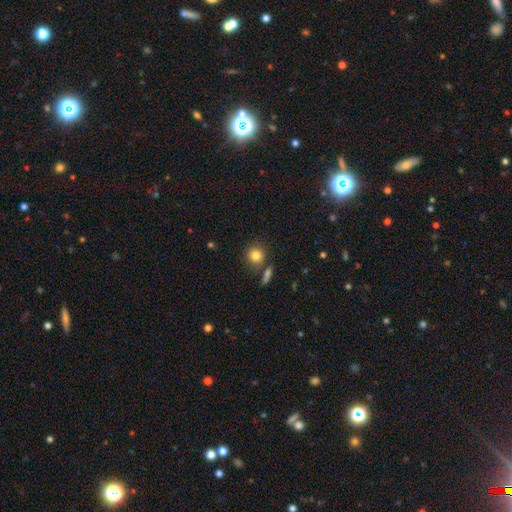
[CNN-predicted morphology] The model was most divided on "merging": none: 75%, merger: 11%, minor disturbance: 11%, major disturbance: 4%. More confident: how rounded — round (87%); smooth or featured — smooth (82%).